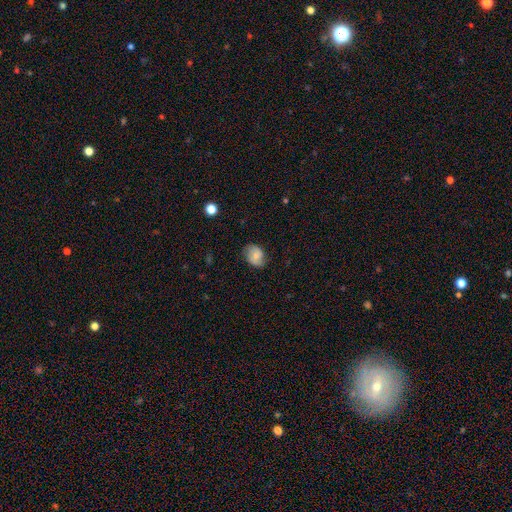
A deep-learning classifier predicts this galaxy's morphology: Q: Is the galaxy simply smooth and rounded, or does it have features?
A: smooth — 65%.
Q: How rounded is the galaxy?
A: in between — 65%.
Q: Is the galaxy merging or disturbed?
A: none — 72%.